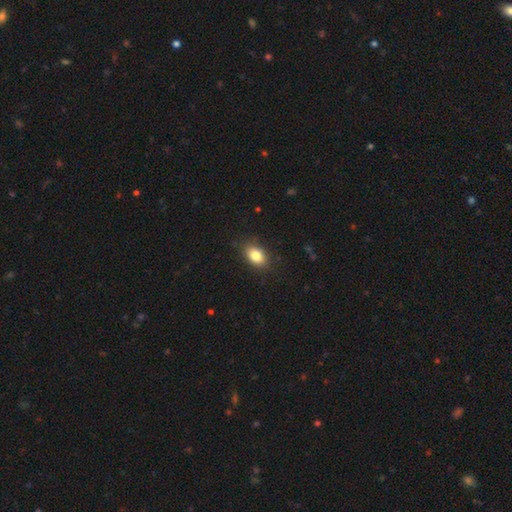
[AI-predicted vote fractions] Q: Smooth or featured?
A: smooth (83%); runner-up: star or artifact (9%)
Q: How rounded?
A: in between (84%); runner-up: round (14%)
Q: Merging?
A: none (86%); runner-up: minor disturbance (10%)